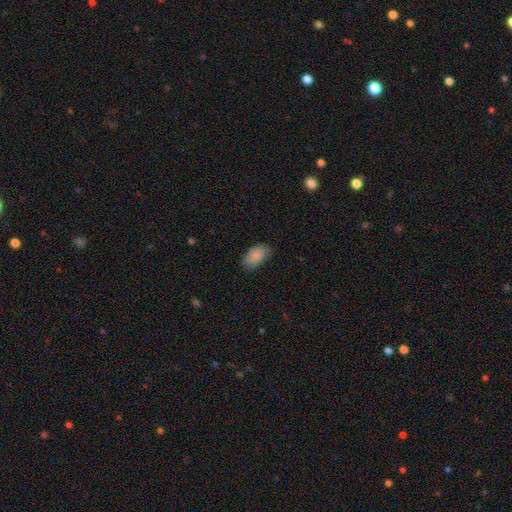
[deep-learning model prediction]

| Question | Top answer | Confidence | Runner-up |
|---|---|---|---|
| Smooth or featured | smooth | 82% | featured or disk (11%) |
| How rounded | in between | 93% | round (5%) |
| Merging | none | 76% | minor disturbance (19%) |